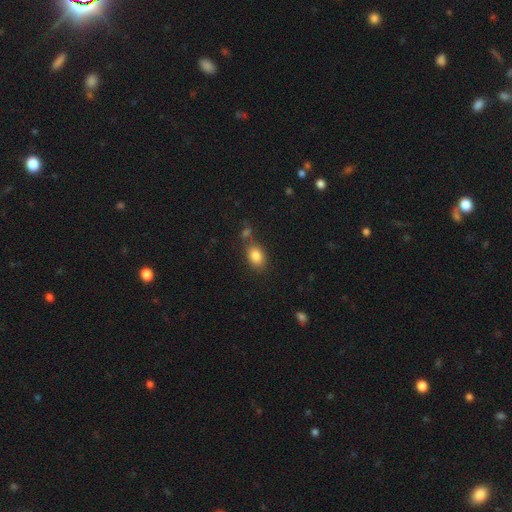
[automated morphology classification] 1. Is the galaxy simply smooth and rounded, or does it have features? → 84% smooth, 9% star or artifact, 7% featured or disk.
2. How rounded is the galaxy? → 80% in between, 19% round, 1% cigar-shaped.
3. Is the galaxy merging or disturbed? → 69% none, 13% merger, 13% minor disturbance, 4% major disturbance.